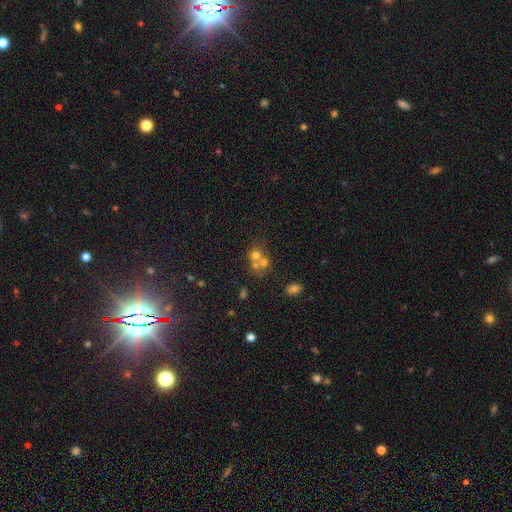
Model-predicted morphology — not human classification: Overall: smooth (55%; star or artifact 23%). How rounded: round (79%). Merging: merger (54%; none 35%).